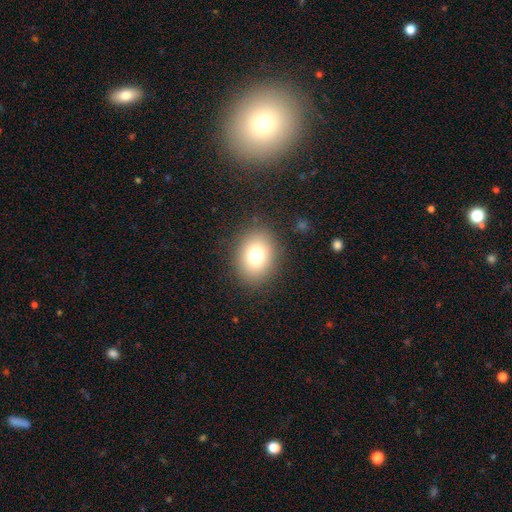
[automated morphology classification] smooth 75%, star or artifact 13%, featured or disk 12%. Down the decision tree: how rounded — in between (51%); merging — none (86%).